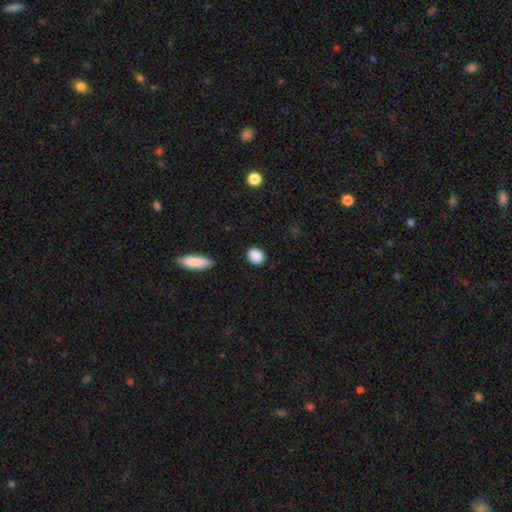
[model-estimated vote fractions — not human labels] Morphology: type=smooth (89%); roundness=round (59%); merging=none (89%).